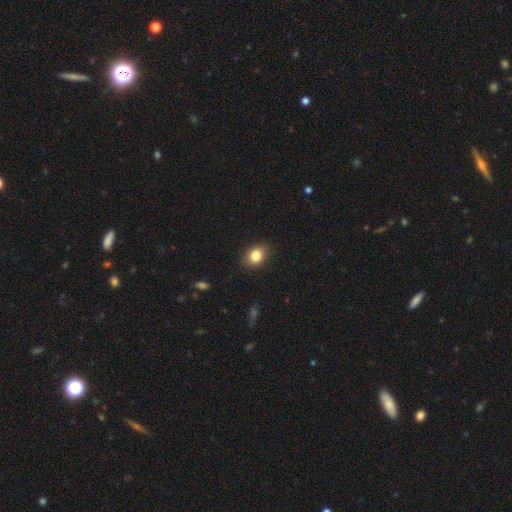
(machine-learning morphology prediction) This appears to be a smooth galaxy with no disk features (84%) that is in between round and cigar-shaped (60%). Merging: none (86%).